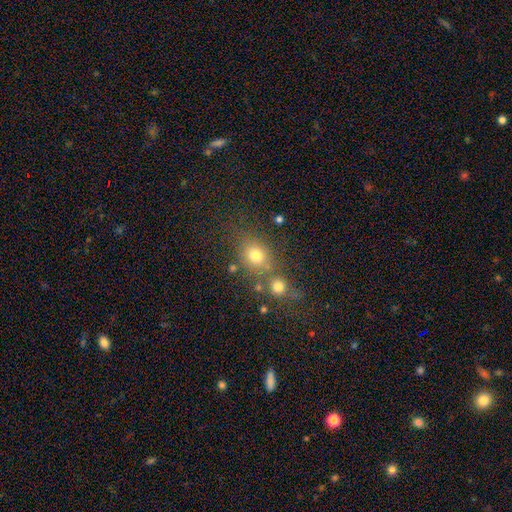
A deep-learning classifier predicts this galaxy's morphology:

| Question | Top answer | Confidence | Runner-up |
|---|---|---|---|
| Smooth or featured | smooth | 72% | star or artifact (17%) |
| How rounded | round | 61% | in between (37%) |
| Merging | none | 60% | merger (20%) |